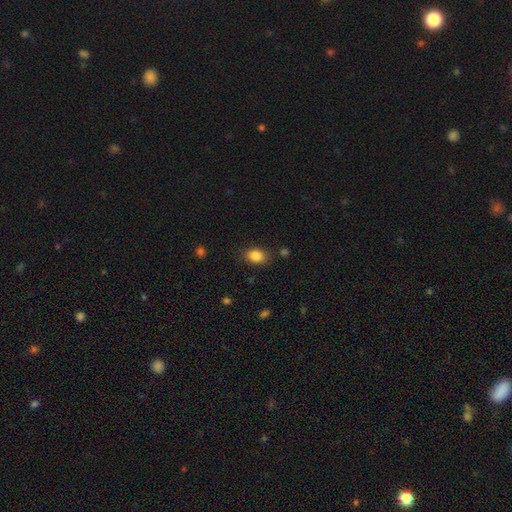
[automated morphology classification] The model was most divided on "how rounded": in between: 74%, round: 24%, cigar-shaped: 1%. More confident: smooth or featured — smooth (85%); merging — none (83%).